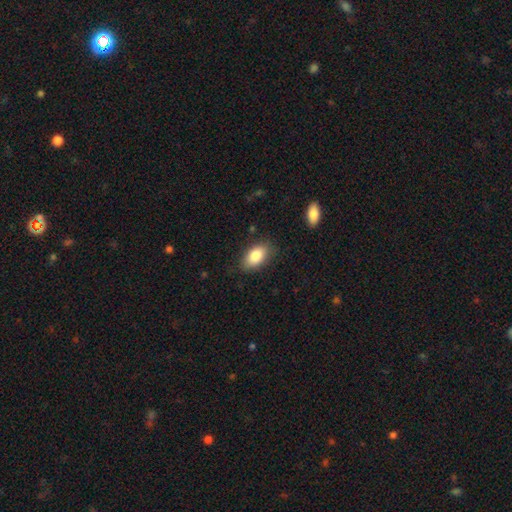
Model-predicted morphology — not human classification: Q: Smooth or featured?
A: smooth (84%); runner-up: featured or disk (9%)
Q: How rounded?
A: in between (91%); runner-up: round (7%)
Q: Merging?
A: none (82%); runner-up: minor disturbance (14%)